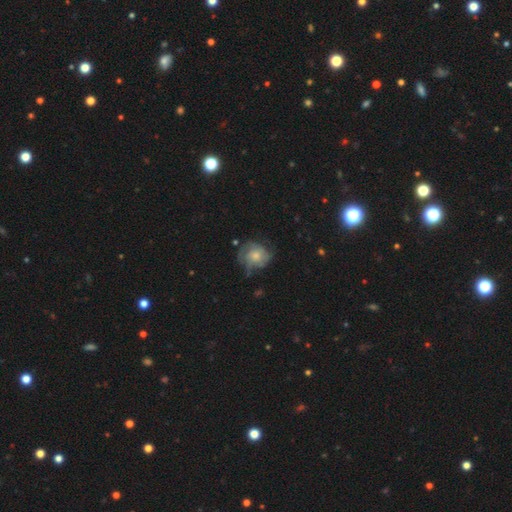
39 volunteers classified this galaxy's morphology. A smooth galaxy with no disk features (64%) that is round (84%).

Vote fractions:
- Smooth or featured? smooth: 64% / featured or disk: 33% / star or artifact: 3%
- How rounded? round: 84% / in between: 16% / cigar-shaped: 0%
- Merging? minor disturbance: 42% / major disturbance: 32% / none: 24% / merger: 3%